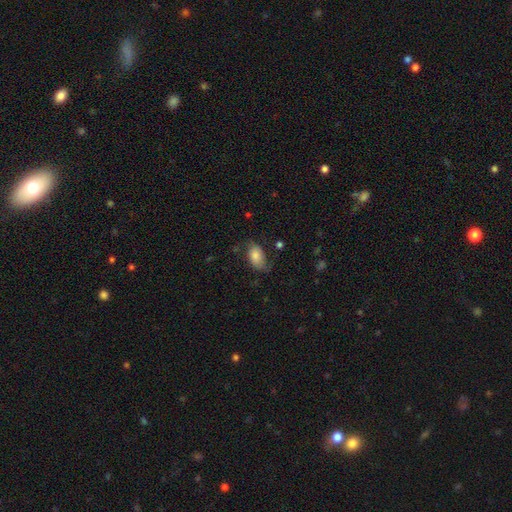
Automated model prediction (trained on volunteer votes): This is likely a smooth galaxy (74%). How rounded: clearly in between (91%). Merging: possibly none (55%).